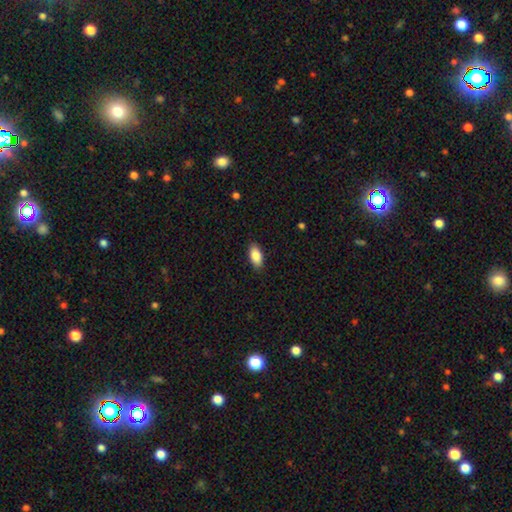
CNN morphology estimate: Smooth or featured: smooth — 86% (featured or disk — 7%)
How rounded: in between — 90% (cigar-shaped — 7%)
Merging: none — 88% (minor disturbance — 9%)